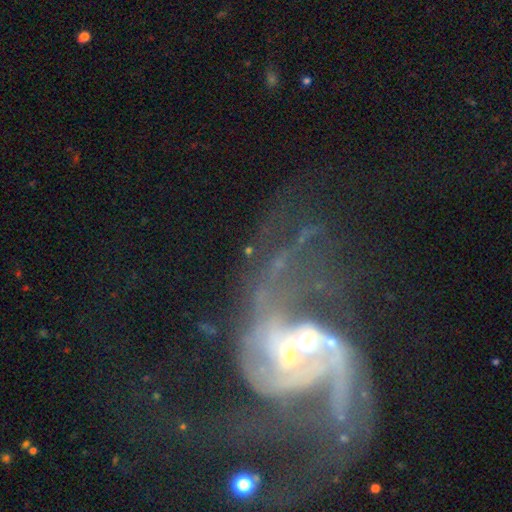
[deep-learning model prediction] A featured or disk galaxy (84%) with no bar (53%), 2 (56%) loose (53%) spiral arms (88%) and a small central bulge (52%).

Vote fractions:
- Smooth or featured? featured or disk: 84% / star or artifact: 9% / smooth: 7%
- Edge-on disk? no: 98% / yes: 2%
- Bar? no: 53% / weak: 32% / strong: 14%
- Spiral arms? yes: 88% / no: 12%
- Spiral winding? loose: 53% / medium: 35% / tight: 12%
- Spiral arm count? 2: 56% / can't tell: 16% / 3: 10% / 1: 8% / 4: 5% / more than 4: 4%
- Bulge size? small: 52% / moderate: 37% / none: 5% / large: 4% / dominant: 2%
- Merging? merger: 51% / major disturbance: 25% / none: 16% / minor disturbance: 8%